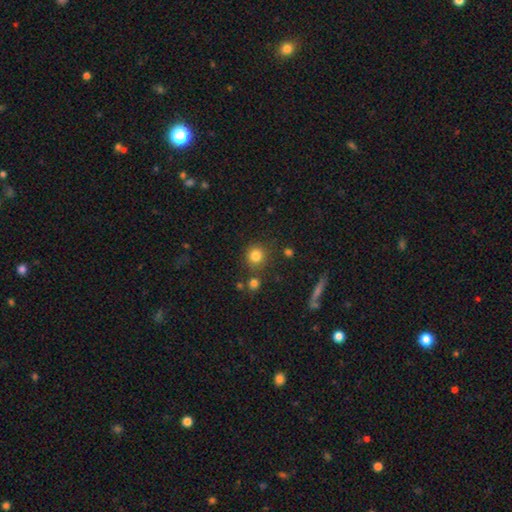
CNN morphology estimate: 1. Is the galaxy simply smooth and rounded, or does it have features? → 82% smooth, 12% star or artifact, 6% featured or disk.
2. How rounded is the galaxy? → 90% round, 9% in between, 1% cigar-shaped.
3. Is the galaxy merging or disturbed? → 78% none, 10% minor disturbance, 8% merger, 4% major disturbance.